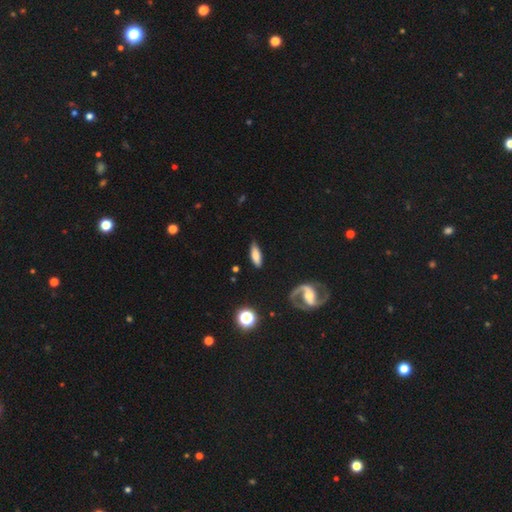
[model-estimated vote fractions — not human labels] smooth 67%, featured or disk 25%, star or artifact 8%. Down the decision tree: how rounded — in between (62%); merging — none (79%).